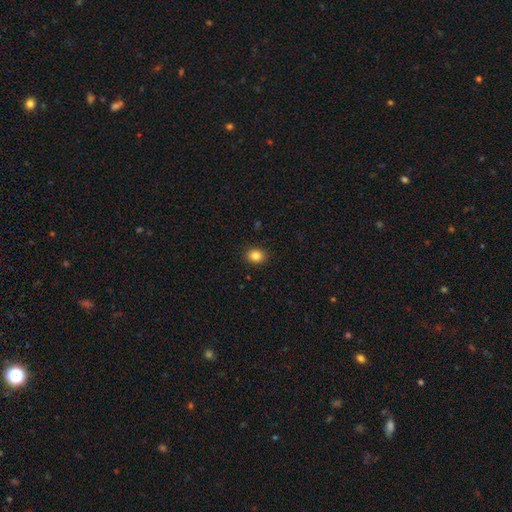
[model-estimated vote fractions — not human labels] Morphology: type=smooth (84%); roundness=round (50%); merging=none (91%).